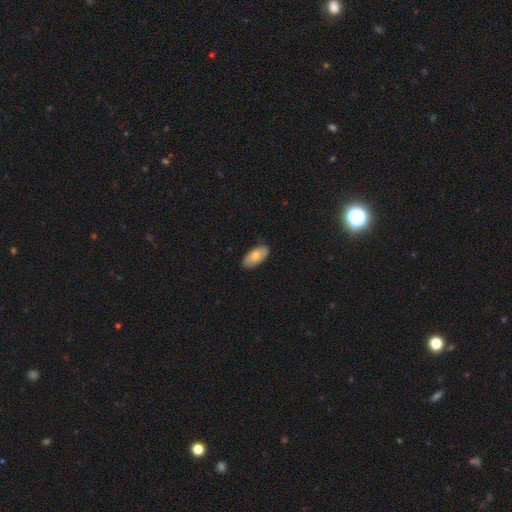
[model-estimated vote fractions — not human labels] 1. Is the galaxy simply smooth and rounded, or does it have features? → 77% smooth, 17% featured or disk, 6% star or artifact.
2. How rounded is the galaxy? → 93% in between, 5% cigar-shaped, 2% round.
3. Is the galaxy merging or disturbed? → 84% none, 13% minor disturbance, 2% major disturbance, 1% merger.